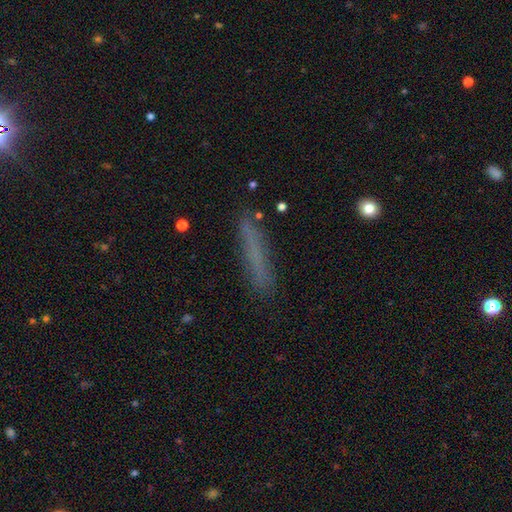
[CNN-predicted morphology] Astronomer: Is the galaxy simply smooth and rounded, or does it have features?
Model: smooth — 67%.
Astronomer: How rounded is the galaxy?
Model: cigar-shaped — 92%.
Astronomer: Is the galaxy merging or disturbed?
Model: none — 82%.